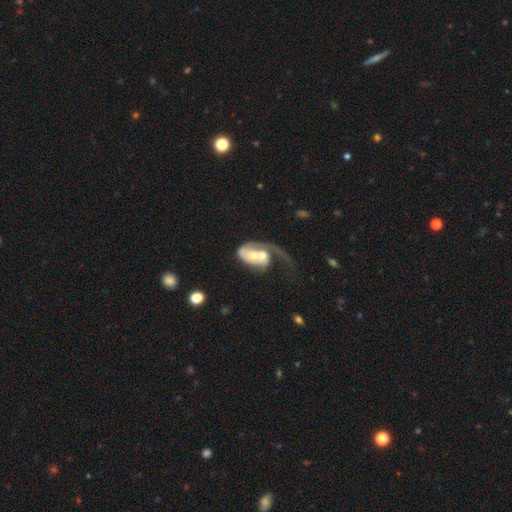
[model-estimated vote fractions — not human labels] This appears to be a featured or disk galaxy (61%) with no bar (71%), spiral arms (68%) and a moderate central bulge (56%). Merging: merger (62%).